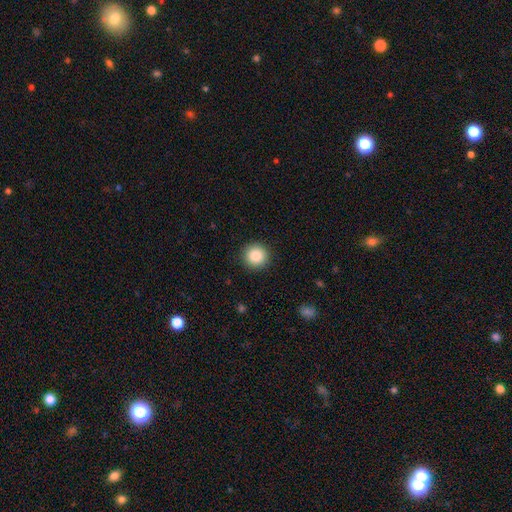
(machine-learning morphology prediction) A smooth galaxy with no disk features (86%) that is round (95%).

Vote fractions:
- Smooth or featured? smooth: 86% / star or artifact: 9% / featured or disk: 5%
- How rounded? round: 95% / in between: 4% / cigar-shaped: 1%
- Merging? none: 92% / minor disturbance: 5% / major disturbance: 2% / merger: 1%